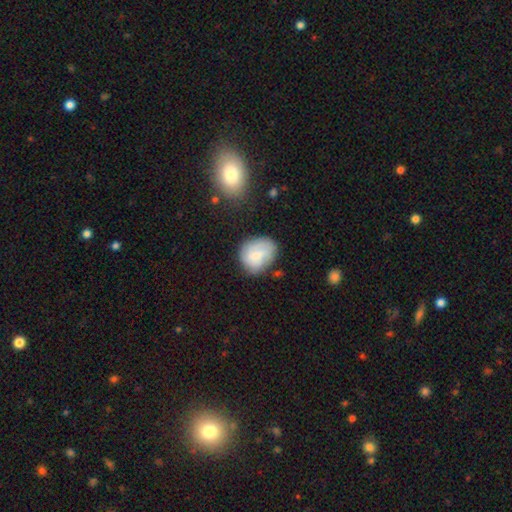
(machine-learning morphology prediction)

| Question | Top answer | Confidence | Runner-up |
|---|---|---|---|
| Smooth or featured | smooth | 61% | featured or disk (31%) |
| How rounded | round | 54% | in between (45%) |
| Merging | none | 63% | minor disturbance (24%) |